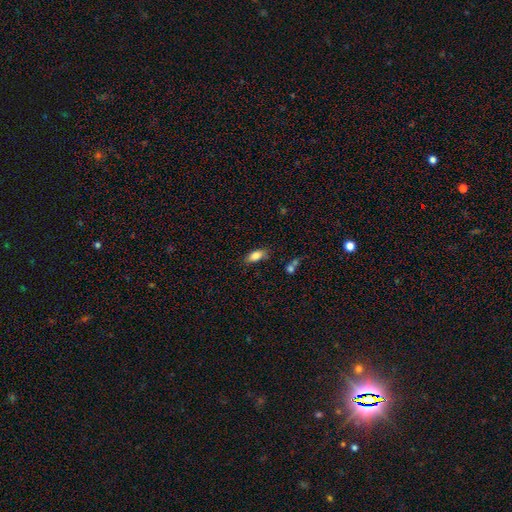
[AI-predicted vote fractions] Q: Smooth or featured?
A: smooth (81%); runner-up: featured or disk (10%)
Q: How rounded?
A: in between (82%); runner-up: cigar-shaped (14%)
Q: Merging?
A: none (76%); runner-up: minor disturbance (16%)